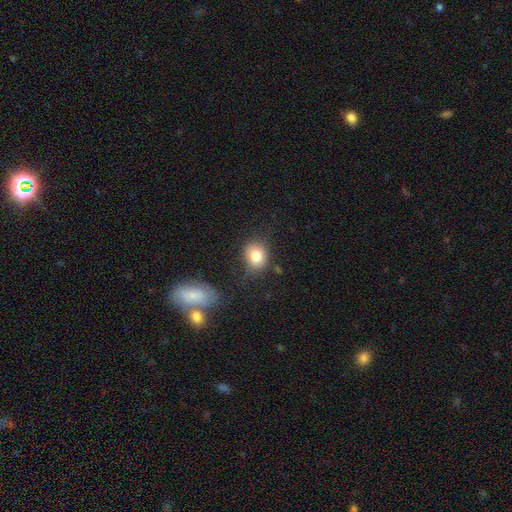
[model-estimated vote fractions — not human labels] Smooth or featured? Predicted: smooth (p=0.80). How rounded? Predicted: round (p=0.57). Merging? Predicted: none (p=0.69).